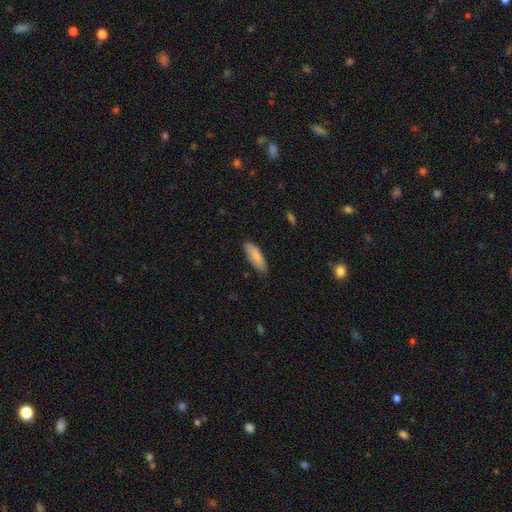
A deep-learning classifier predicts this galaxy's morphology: Q: Smooth or featured?
A: smooth (82%); runner-up: featured or disk (13%)
Q: How rounded?
A: in between (62%); runner-up: cigar-shaped (37%)
Q: Merging?
A: none (79%); runner-up: minor disturbance (17%)